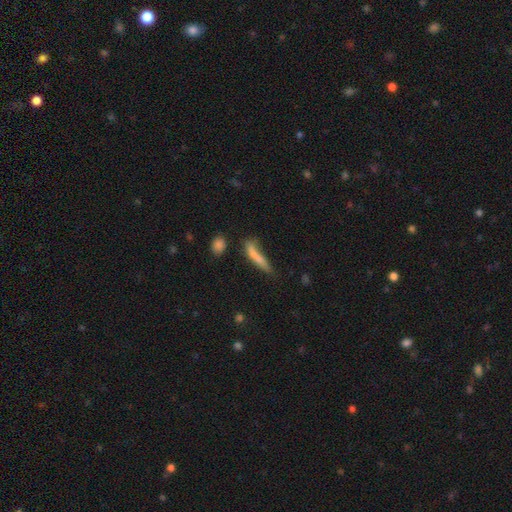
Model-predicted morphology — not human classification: Smooth or featured? smooth (70%)
How rounded? cigar-shaped (86%)
Merging? none (47%)